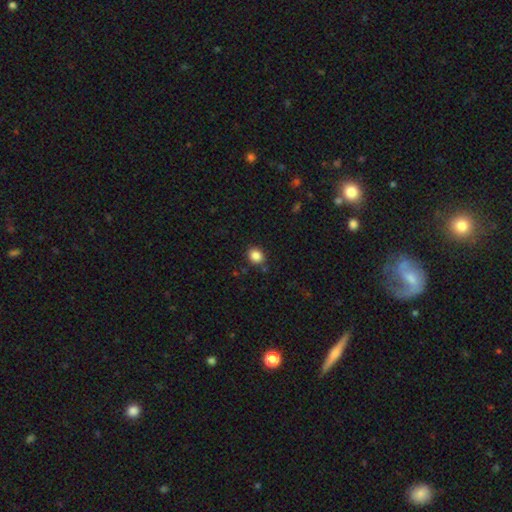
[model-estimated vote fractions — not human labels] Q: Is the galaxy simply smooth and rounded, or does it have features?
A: smooth — 86%.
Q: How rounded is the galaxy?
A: round — 62%.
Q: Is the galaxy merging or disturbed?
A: none — 86%.